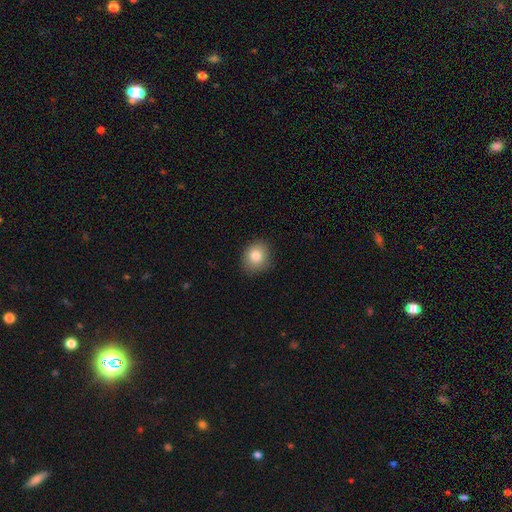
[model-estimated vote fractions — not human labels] Q: Smooth or featured?
A: smooth (83%); runner-up: star or artifact (9%)
Q: How rounded?
A: round (68%); runner-up: in between (31%)
Q: Merging?
A: none (86%); runner-up: minor disturbance (11%)